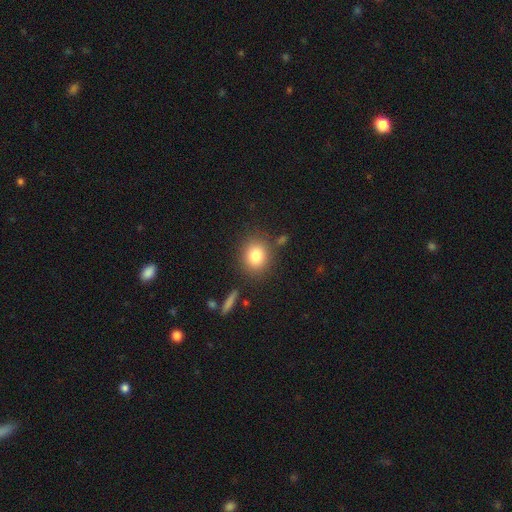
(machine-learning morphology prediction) Q: Smooth or featured?
A: smooth (82%); runner-up: star or artifact (10%)
Q: How rounded?
A: round (67%); runner-up: in between (32%)
Q: Merging?
A: none (82%); runner-up: minor disturbance (10%)